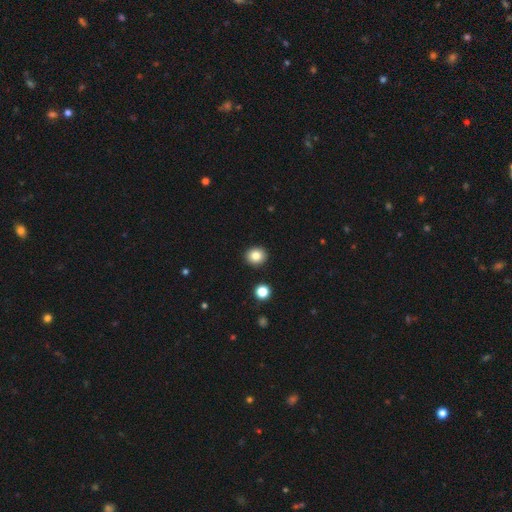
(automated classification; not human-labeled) A smooth galaxy with no disk features (83%) that is round (85%).

Vote fractions:
- Smooth or featured? smooth: 83% / star or artifact: 10% / featured or disk: 7%
- How rounded? round: 85% / in between: 14% / cigar-shaped: 1%
- Merging? none: 92% / minor disturbance: 5% / merger: 2% / major disturbance: 2%